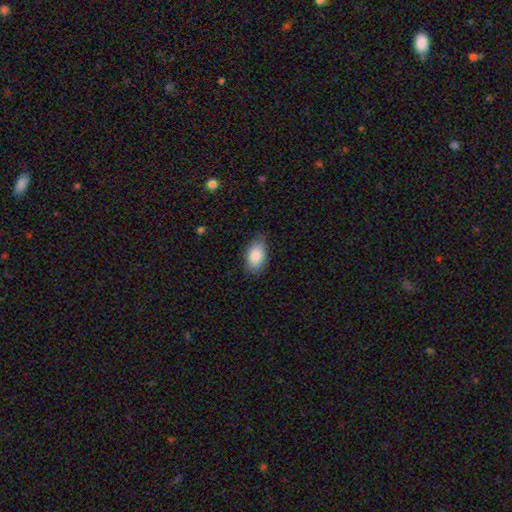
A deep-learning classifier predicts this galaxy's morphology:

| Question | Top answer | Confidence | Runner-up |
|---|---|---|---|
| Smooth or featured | smooth | 88% | star or artifact (6%) |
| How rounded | in between | 93% | round (5%) |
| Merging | none | 80% | minor disturbance (16%) |